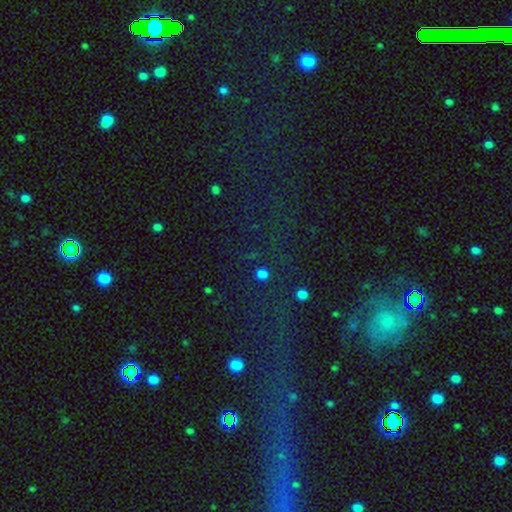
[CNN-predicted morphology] A star or artifact, not a galaxy (61%).

Vote fractions:
- Smooth or featured? star or artifact: 61% / smooth: 21% / featured or disk: 18%